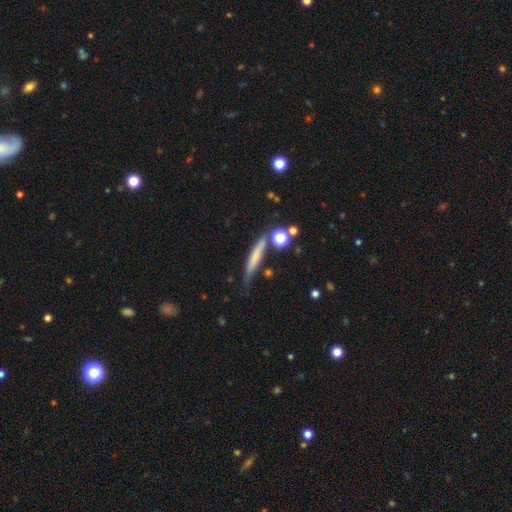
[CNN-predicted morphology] Smooth or featured?
  - smooth: 58% *
  - featured or disk: 34%
  - star or artifact: 9%
How rounded?
  - cigar-shaped: 89% *
  - in between: 7%
  - round: 4%
Merging?
  - none: 66% *
  - minor disturbance: 20%
  - merger: 8%
  - major disturbance: 6%